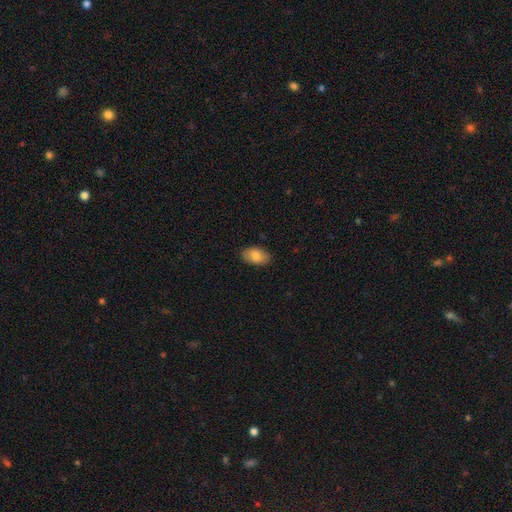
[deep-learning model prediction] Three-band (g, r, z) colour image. It shows a smooth galaxy with no disk features (84%) that is in between round and cigar-shaped (93%). Merging: none (87%).